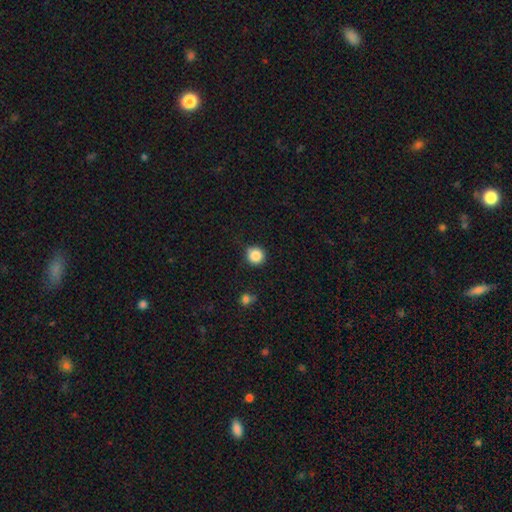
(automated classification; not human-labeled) A smooth galaxy with no disk features (86%) that is round (94%). Merging: none (86%).